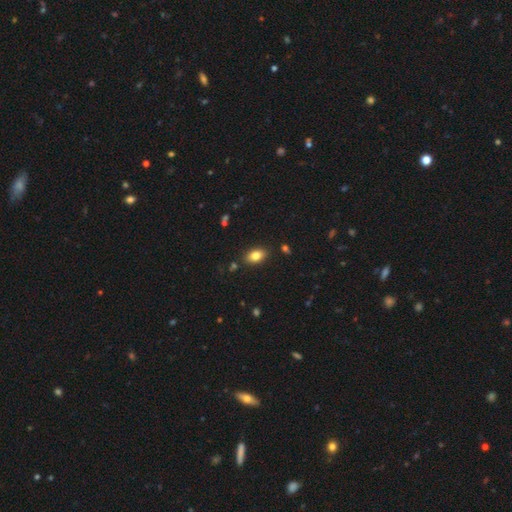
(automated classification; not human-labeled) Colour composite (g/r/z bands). It shows a smooth galaxy with no disk features (81%) that is in between round and cigar-shaped (87%). Merging: none (84%).